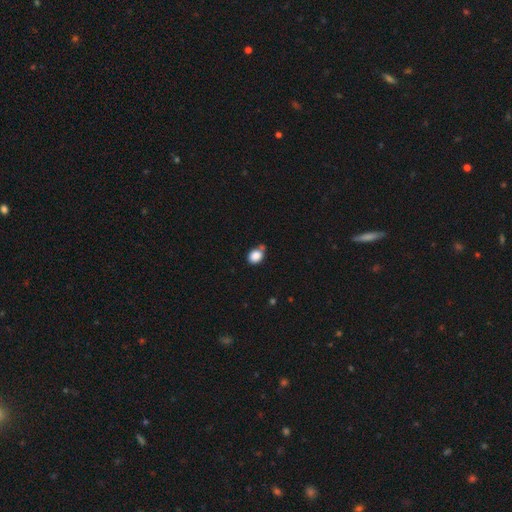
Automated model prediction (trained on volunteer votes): Smooth or featured?
  - smooth: 86% *
  - star or artifact: 9%
  - featured or disk: 4%
How rounded?
  - in between: 55% *
  - round: 44%
  - cigar-shaped: 1%
Merging?
  - none: 58% *
  - minor disturbance: 23%
  - merger: 14%
  - major disturbance: 5%